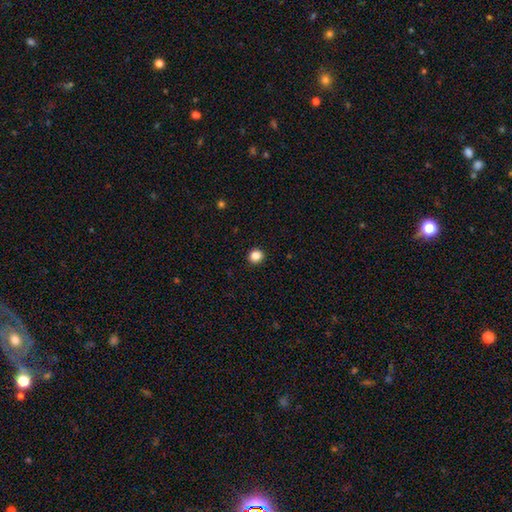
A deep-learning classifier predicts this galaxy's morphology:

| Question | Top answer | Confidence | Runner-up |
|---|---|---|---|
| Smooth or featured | smooth | 86% | star or artifact (11%) |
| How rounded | round | 88% | in between (11%) |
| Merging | none | 93% | minor disturbance (5%) |